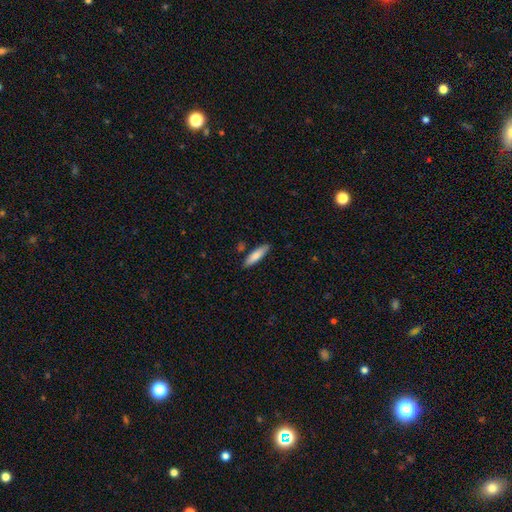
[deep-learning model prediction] Smooth or featured? smooth (79%)
How rounded? cigar-shaped (71%)
Merging? none (85%)